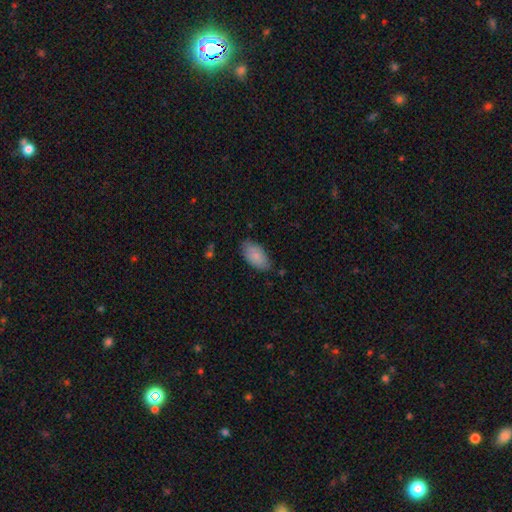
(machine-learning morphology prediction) Overall: smooth (85%). How rounded: in between (95%). Merging: none (77%).